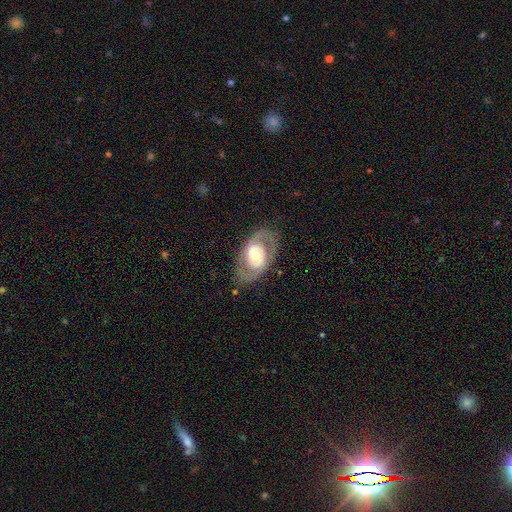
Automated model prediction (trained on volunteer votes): Smooth or featured?
  - featured or disk: 73% *
  - smooth: 21%
  - star or artifact: 5%
Edge-on disk?
  - no: 94% *
  - yes: 6%
Bar?
  - no: 68% *
  - weak: 22%
  - strong: 10%
Spiral arms?
  - yes: 61% *
  - no: 39%
Bulge size?
  - moderate: 61% *
  - small: 18%
  - large: 18%
  - dominant: 2%
  - none: 1%
Merging?
  - none: 78% *
  - minor disturbance: 12%
  - major disturbance: 8%
  - merger: 1%